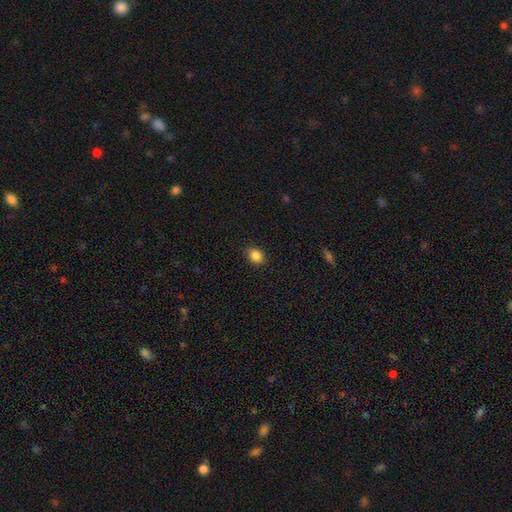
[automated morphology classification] The model was most divided on "how rounded": round: 52%, in between: 47%, cigar-shaped: 1%. More confident: merging — none (87%); smooth or featured — smooth (86%).